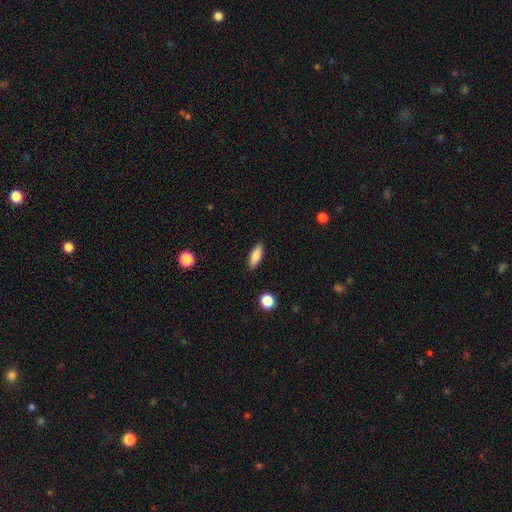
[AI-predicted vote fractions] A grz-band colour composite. It shows a smooth galaxy with no disk features (84%) that is in between round and cigar-shaped (59%). Merging: none (88%).